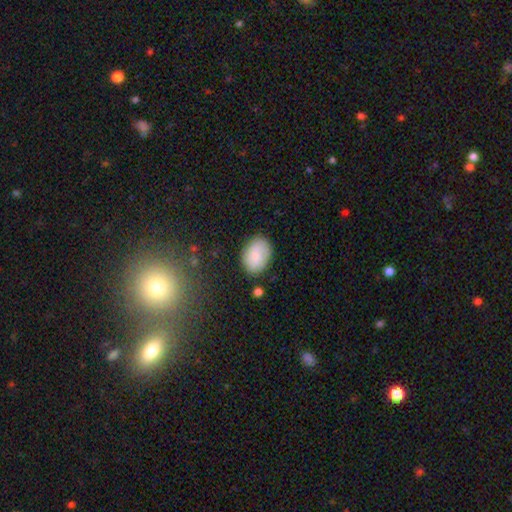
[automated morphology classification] Smooth or featured: smooth — 82% (featured or disk — 11%)
How rounded: in between — 79% (round — 20%)
Merging: none — 79% (minor disturbance — 15%)